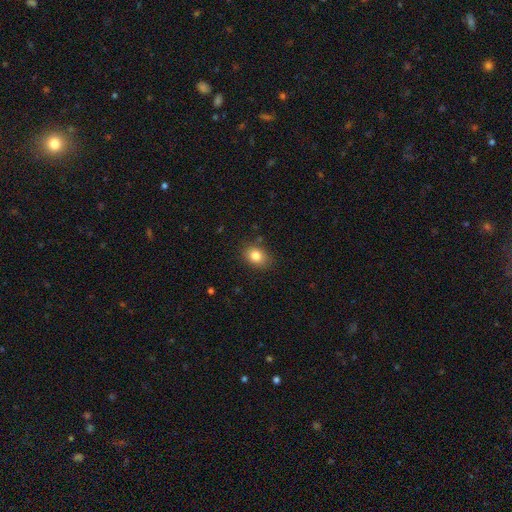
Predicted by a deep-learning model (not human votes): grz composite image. It shows a smooth galaxy with no disk features (83%) that is in between round and cigar-shaped (63%). Merging: none (83%).